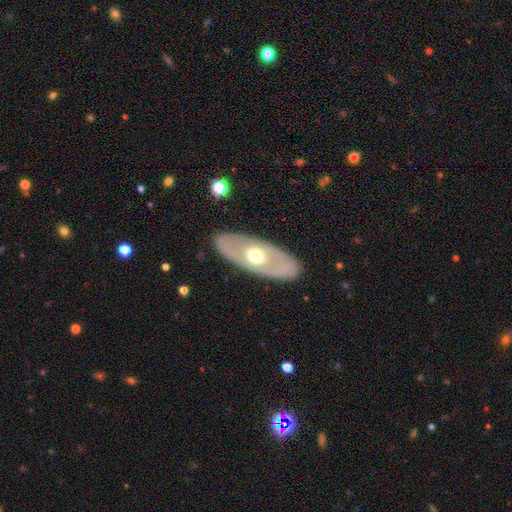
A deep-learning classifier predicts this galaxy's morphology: featured or disk 62%, smooth 32%, star or artifact 6%. Down the decision tree: edge-on disk — no (76%); merging — none (86%).